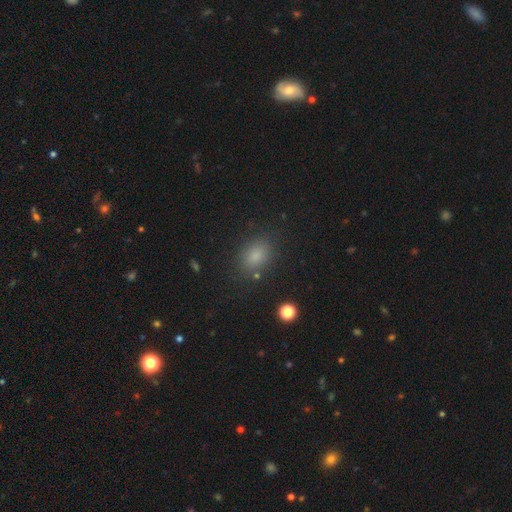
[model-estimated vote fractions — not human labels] smooth_or_featured: smooth (p=0.80) [alt: star or artifact p=0.13]
how_rounded: in between (p=0.74) [alt: round p=0.24]
merging: none (p=0.82) [alt: minor disturbance p=0.11]